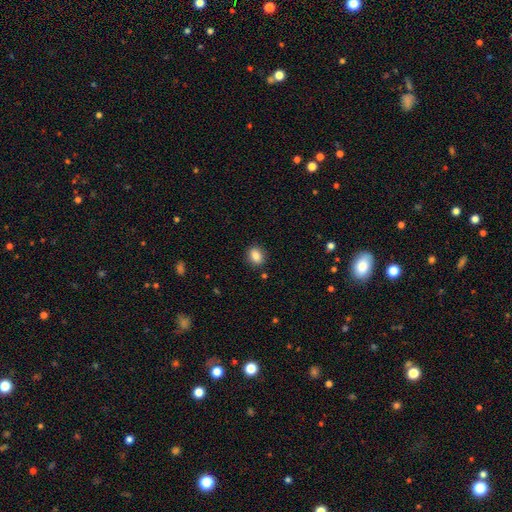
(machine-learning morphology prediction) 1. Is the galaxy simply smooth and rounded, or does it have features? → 86% smooth, 9% star or artifact, 5% featured or disk.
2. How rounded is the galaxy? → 53% in between, 46% round, 1% cigar-shaped.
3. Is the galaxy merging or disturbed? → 88% none, 8% minor disturbance, 2% major disturbance, 2% merger.